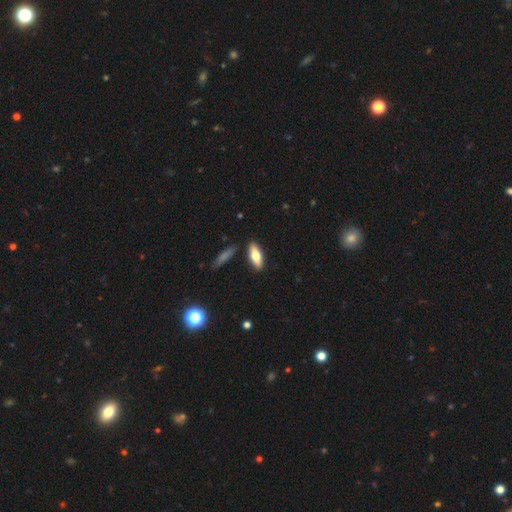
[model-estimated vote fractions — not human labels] This appears to be a smooth galaxy with no disk features (66%) that is in between round and cigar-shaped (66%). Merging: none (86%).